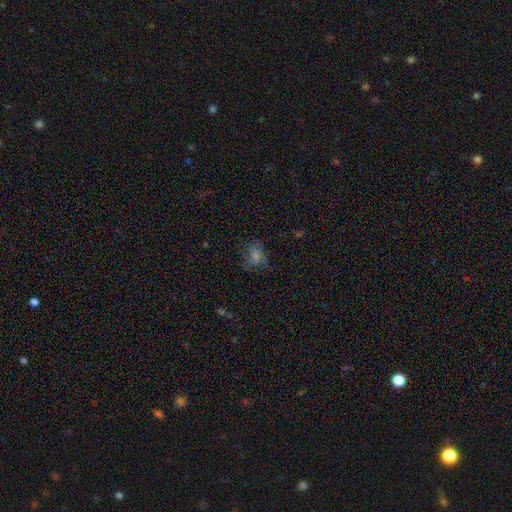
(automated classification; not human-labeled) A smooth galaxy with no disk features (41%).

Vote fractions:
- Smooth or featured? smooth: 41% / featured or disk: 30% / star or artifact: 29%
- Merging? none: 67% / minor disturbance: 19% / major disturbance: 12% / merger: 2%